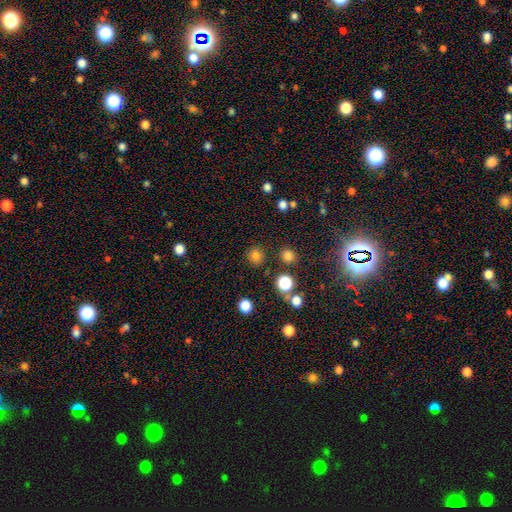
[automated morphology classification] Smooth or featured?
  - smooth: 79% *
  - star or artifact: 16%
  - featured or disk: 5%
How rounded?
  - round: 91% *
  - in between: 8%
  - cigar-shaped: 1%
Merging?
  - none: 87% *
  - minor disturbance: 7%
  - merger: 3%
  - major disturbance: 3%